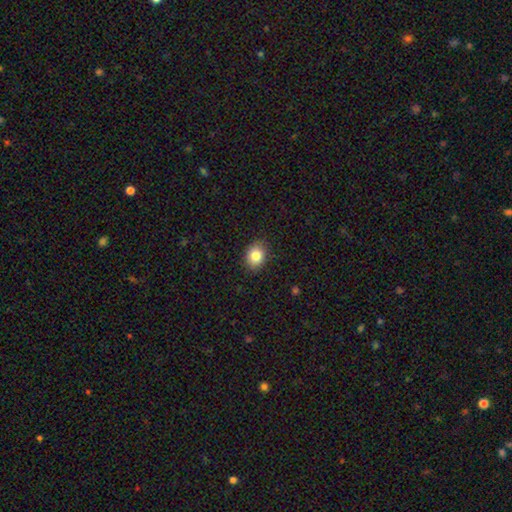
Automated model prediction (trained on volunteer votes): Overall: smooth (83%). How rounded: in between (53%; round 47%). Merging: none (88%).